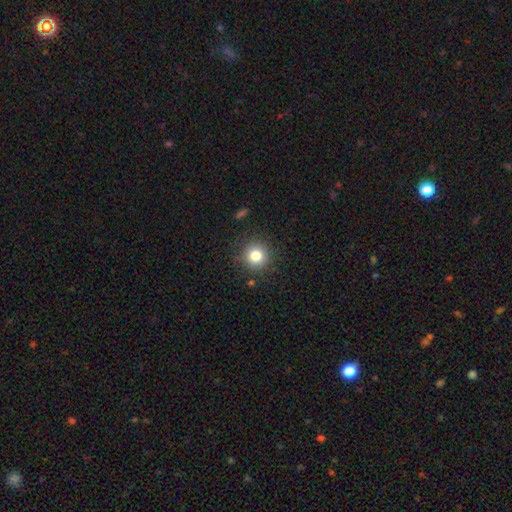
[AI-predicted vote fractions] smooth-or-featured: smooth: 80% | star or artifact: 12% | featured or disk: 7%
  how-rounded: round: 94% | in between: 5% | cigar-shaped: 1%
  merging: none: 88% | minor disturbance: 8% | major disturbance: 3% | merger: 2%